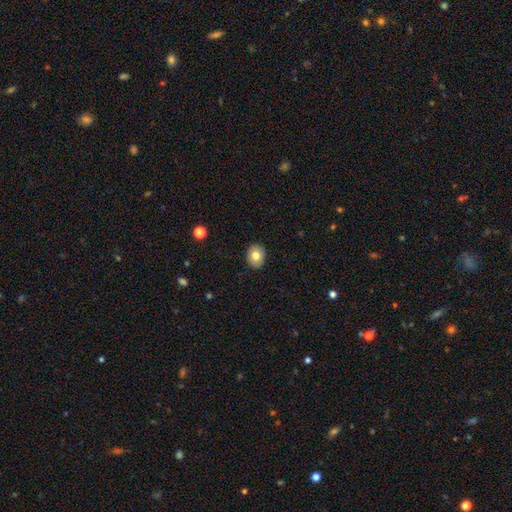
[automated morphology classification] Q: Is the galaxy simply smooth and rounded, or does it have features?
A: smooth — 77%.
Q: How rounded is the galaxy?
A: in between — 55%.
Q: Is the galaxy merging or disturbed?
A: none — 89%.